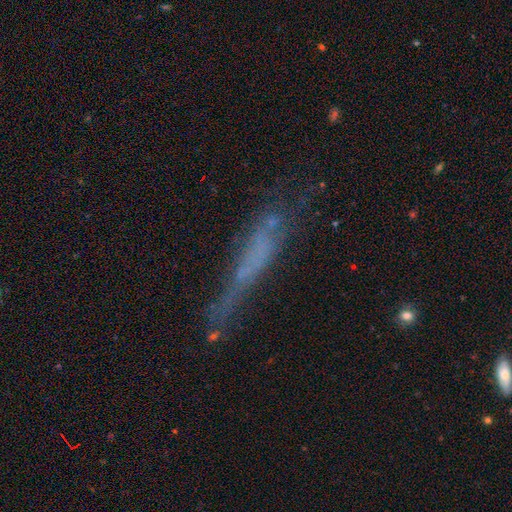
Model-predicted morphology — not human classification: A featured or disk galaxy (43%).

Vote fractions:
- Smooth or featured? featured or disk: 43% / smooth: 40% / star or artifact: 17%
- Merging? none: 51% / minor disturbance: 26% / major disturbance: 18% / merger: 5%